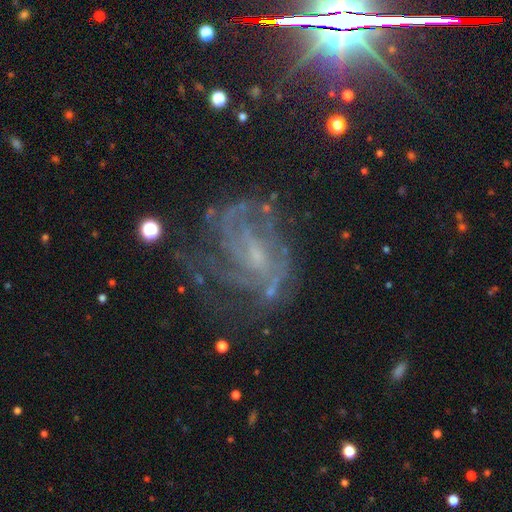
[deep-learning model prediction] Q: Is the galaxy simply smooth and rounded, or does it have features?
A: featured or disk — 78%.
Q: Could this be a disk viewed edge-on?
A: no — 97%.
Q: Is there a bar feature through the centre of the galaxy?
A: weak — 47%.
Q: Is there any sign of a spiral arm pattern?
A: yes — 89%.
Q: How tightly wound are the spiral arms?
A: tight — 43%.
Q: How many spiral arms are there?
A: can't tell — 36%.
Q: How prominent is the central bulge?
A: small — 56%.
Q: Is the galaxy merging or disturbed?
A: none — 58%.